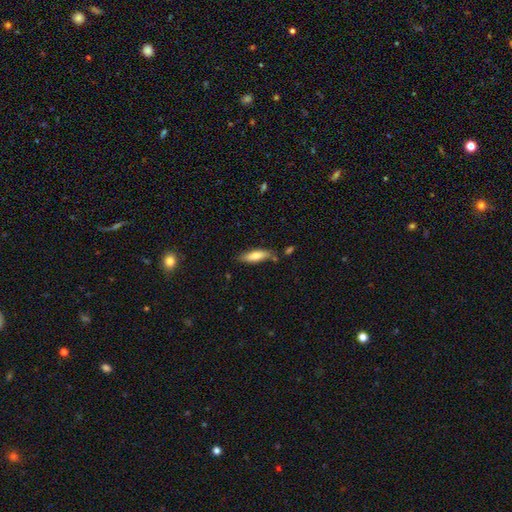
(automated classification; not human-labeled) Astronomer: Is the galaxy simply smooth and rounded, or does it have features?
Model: smooth — 74%.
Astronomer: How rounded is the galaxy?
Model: cigar-shaped — 50% (runner-up: in between, 48%).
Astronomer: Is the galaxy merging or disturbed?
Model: none — 70%.